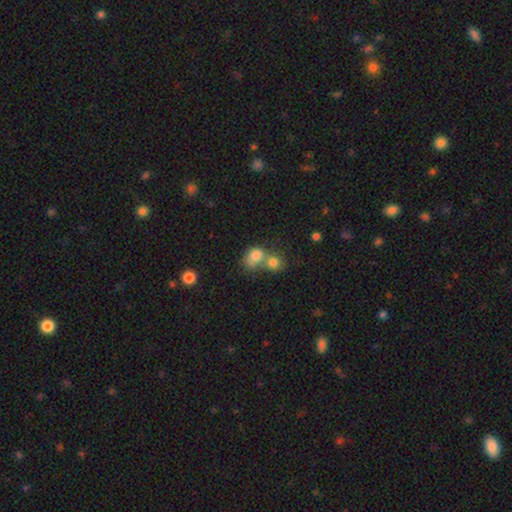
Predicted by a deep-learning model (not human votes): This is likely a smooth galaxy (78%). How rounded: possibly round (50%). Merging: likely merger (66%).